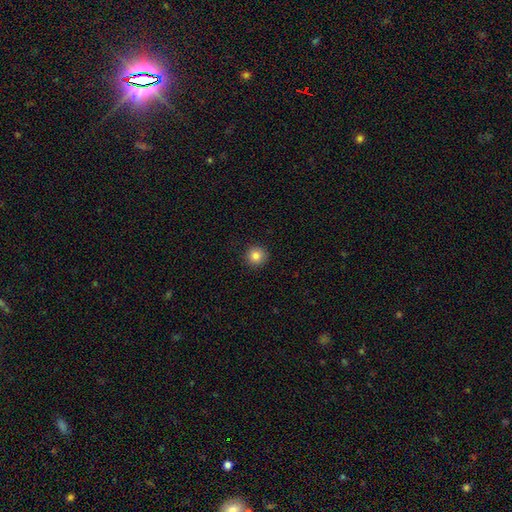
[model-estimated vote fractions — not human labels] Smooth or featured? smooth (84%)
How rounded? round (95%)
Merging? none (91%)